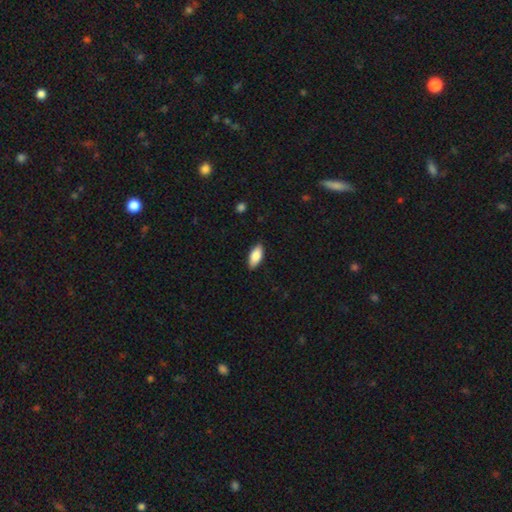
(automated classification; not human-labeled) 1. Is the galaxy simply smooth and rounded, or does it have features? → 83% smooth, 10% featured or disk, 6% star or artifact.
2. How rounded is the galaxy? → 87% in between, 11% cigar-shaped, 2% round.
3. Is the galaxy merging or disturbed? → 86% none, 11% minor disturbance, 2% major disturbance, 1% merger.